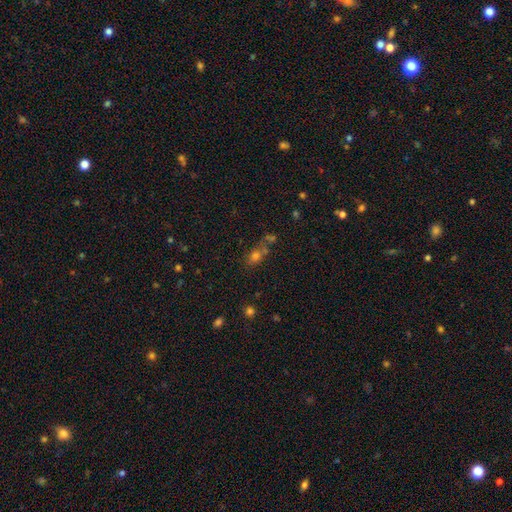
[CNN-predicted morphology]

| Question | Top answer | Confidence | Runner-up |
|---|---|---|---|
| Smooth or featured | smooth | 60% | star or artifact (27%) |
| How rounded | in between | 49% | round (46%) |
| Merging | none | 52% | merger (26%) |